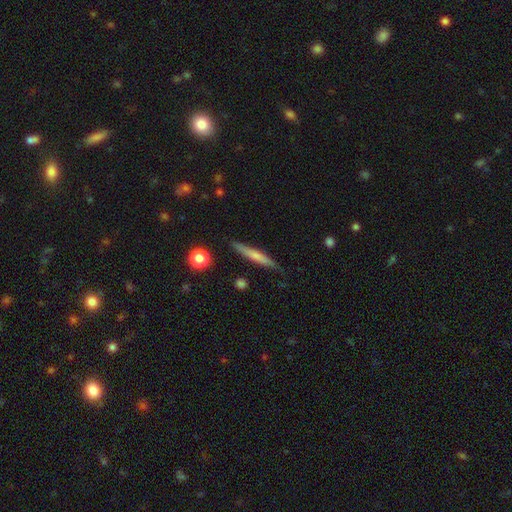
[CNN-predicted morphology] smooth_or_featured: smooth (p=0.57) [alt: featured or disk p=0.37]
how_rounded: cigar-shaped (p=0.93) [alt: in between p=0.05]
merging: none (p=0.84) [alt: minor disturbance p=0.12]